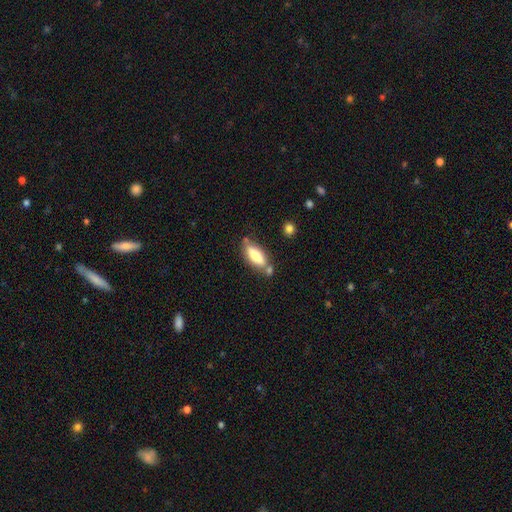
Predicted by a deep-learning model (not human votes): Q: Smooth or featured?
A: smooth (71%); runner-up: featured or disk (22%)
Q: How rounded?
A: in between (61%); runner-up: cigar-shaped (37%)
Q: Merging?
A: none (61%); runner-up: minor disturbance (18%)